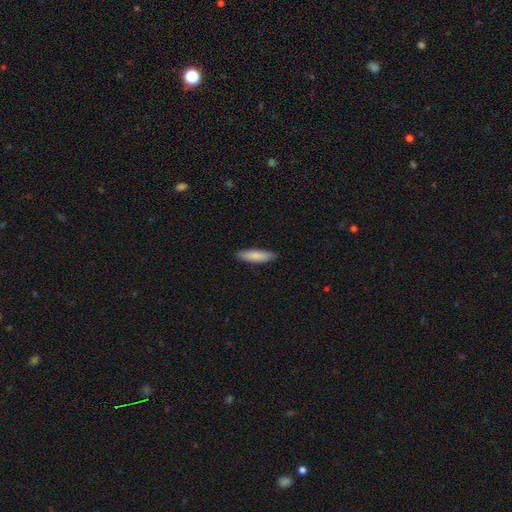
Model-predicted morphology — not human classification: type=smooth (85%); roundness=cigar-shaped (68%); merging=none (89%).